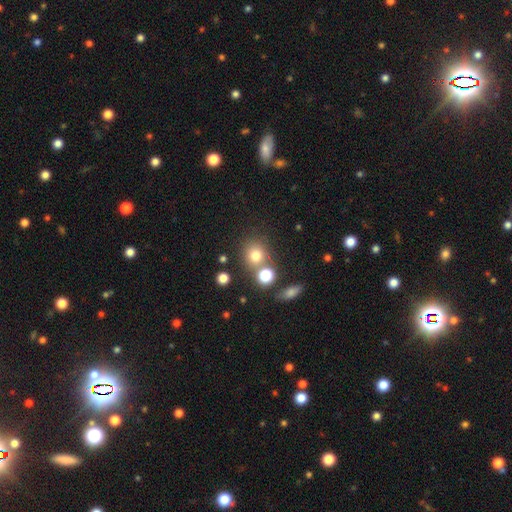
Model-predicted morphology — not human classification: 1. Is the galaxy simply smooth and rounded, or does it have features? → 75% smooth, 16% star or artifact, 9% featured or disk.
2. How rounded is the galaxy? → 83% round, 16% in between, 1% cigar-shaped.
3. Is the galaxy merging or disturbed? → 66% none, 19% merger, 11% minor disturbance, 5% major disturbance.